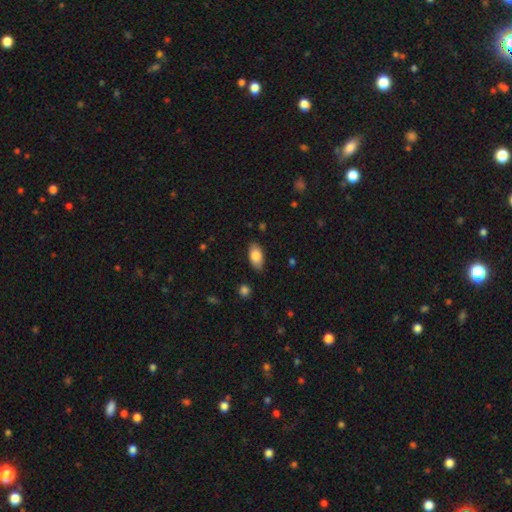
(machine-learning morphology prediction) Smooth or featured?
  - smooth: 84% *
  - featured or disk: 9%
  - star or artifact: 7%
How rounded?
  - in between: 92% *
  - cigar-shaped: 5%
  - round: 3%
Merging?
  - none: 83% *
  - minor disturbance: 13%
  - major disturbance: 3%
  - merger: 1%